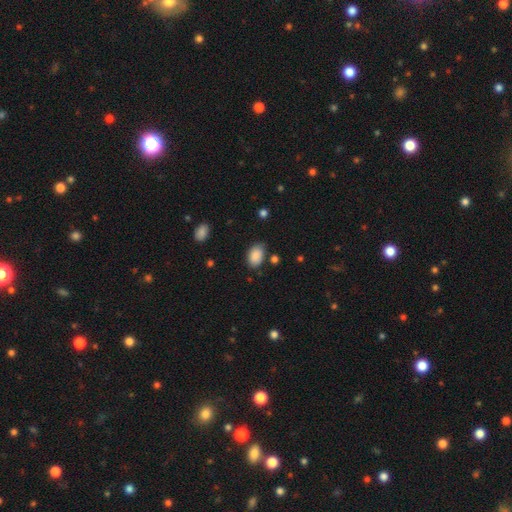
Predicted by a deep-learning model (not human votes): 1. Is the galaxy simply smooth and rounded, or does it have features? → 88% smooth, 7% star or artifact, 4% featured or disk.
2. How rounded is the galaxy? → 89% in between, 10% round, 1% cigar-shaped.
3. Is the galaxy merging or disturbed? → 77% none, 17% minor disturbance, 4% major disturbance, 3% merger.